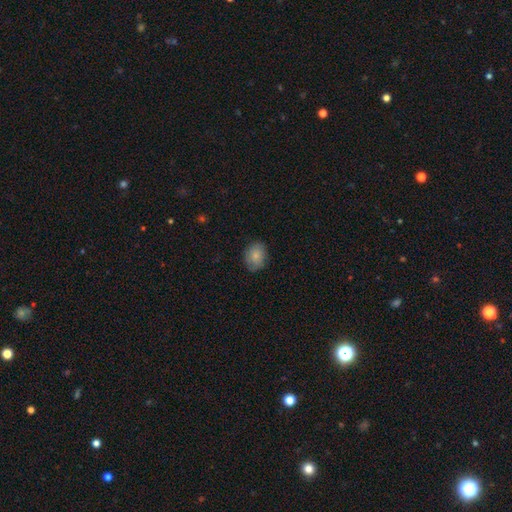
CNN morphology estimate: A smooth galaxy with no disk features (82%) that is in between round and cigar-shaped (50%).

Vote fractions:
- Smooth or featured? smooth: 82% / featured or disk: 11% / star or artifact: 8%
- How rounded? in between: 50% / round: 49% / cigar-shaped: 1%
- Merging? none: 77% / minor disturbance: 18% / major disturbance: 4% / merger: 1%